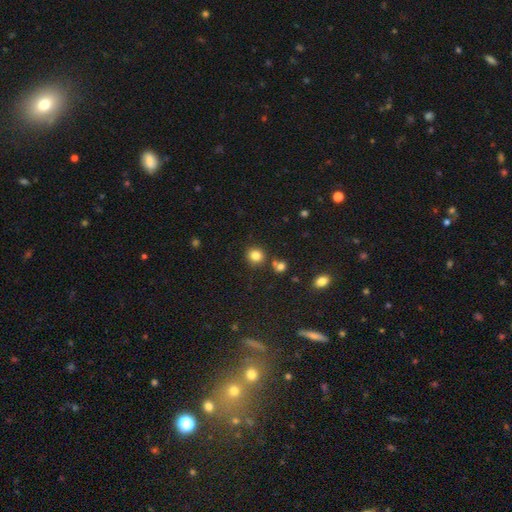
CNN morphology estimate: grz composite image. It shows a smooth galaxy with no disk features (82%) that is round (83%). Merging: none (79%).